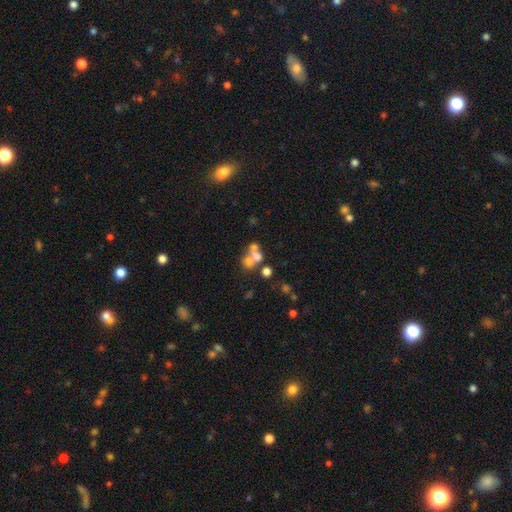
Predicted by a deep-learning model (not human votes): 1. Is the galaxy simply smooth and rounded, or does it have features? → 56% smooth, 26% featured or disk, 18% star or artifact.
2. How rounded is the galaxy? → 61% round, 36% in between, 2% cigar-shaped.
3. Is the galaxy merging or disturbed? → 56% merger, 27% none, 9% major disturbance, 8% minor disturbance.